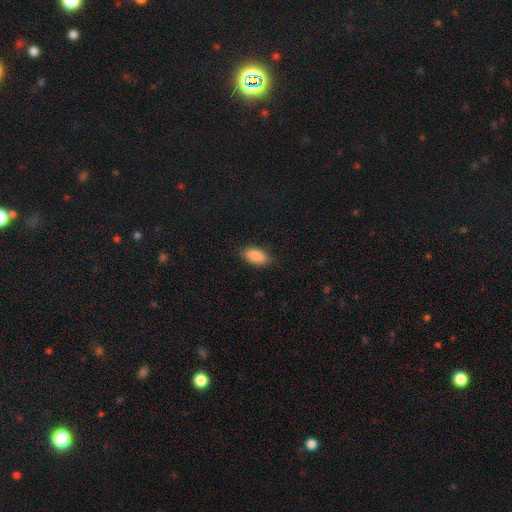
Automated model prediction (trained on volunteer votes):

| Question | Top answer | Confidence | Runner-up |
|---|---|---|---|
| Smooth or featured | smooth | 89% | star or artifact (7%) |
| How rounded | in between | 91% | cigar-shaped (6%) |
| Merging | none | 85% | minor disturbance (11%) |